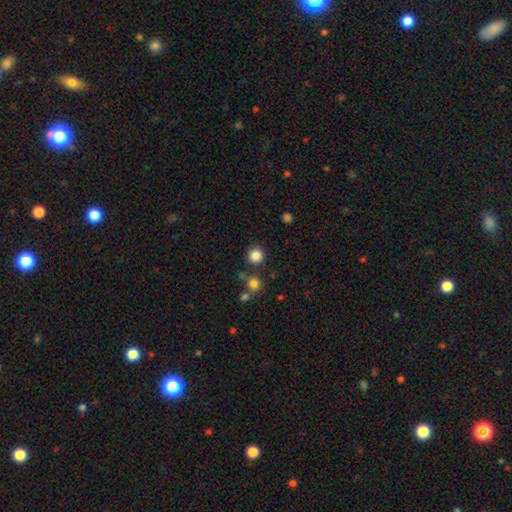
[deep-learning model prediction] smooth 85%, star or artifact 11%, featured or disk 4%. Down the decision tree: how rounded — round (95%); merging — none (86%).